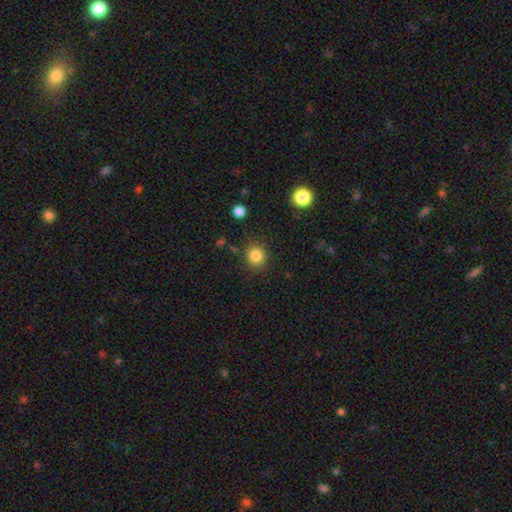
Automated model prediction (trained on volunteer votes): Q: Smooth or featured?
A: smooth (84%); runner-up: star or artifact (11%)
Q: How rounded?
A: round (84%); runner-up: in between (15%)
Q: Merging?
A: none (86%); runner-up: minor disturbance (9%)